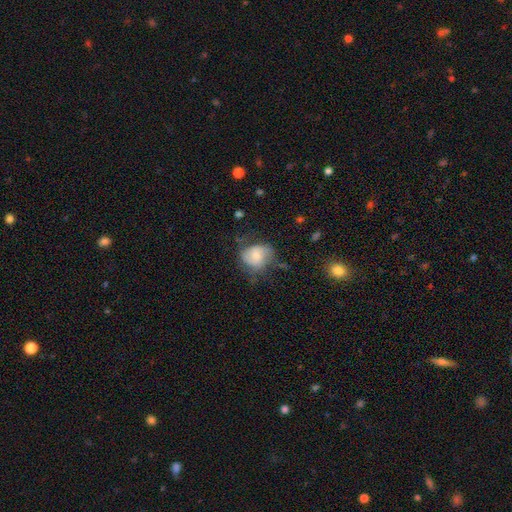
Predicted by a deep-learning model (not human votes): Smooth or featured? Predicted: featured or disk (p=0.46, tied with smooth). Merging? Predicted: none (p=0.48).